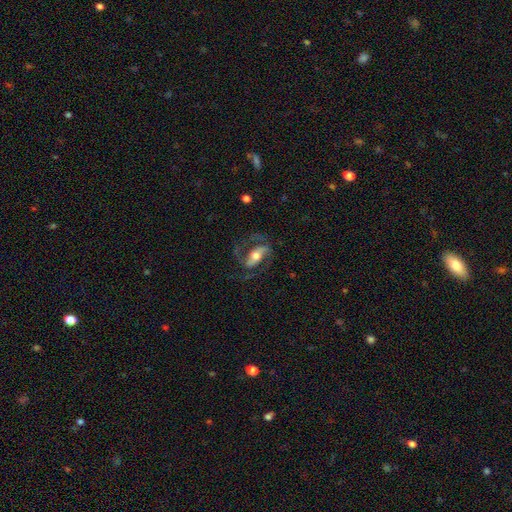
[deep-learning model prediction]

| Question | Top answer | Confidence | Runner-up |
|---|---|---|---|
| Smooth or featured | featured or disk | 75% | smooth (19%) |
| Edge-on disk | no | 91% | yes (9%) |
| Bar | strong | 46% | weak (29%) |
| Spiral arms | yes | 87% | no (13%) |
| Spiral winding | medium | 51% | loose (31%) |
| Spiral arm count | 2 | 87% | can't tell (5%) |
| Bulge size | moderate | 65% | small (16%) |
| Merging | none | 64% | major disturbance (18%) |